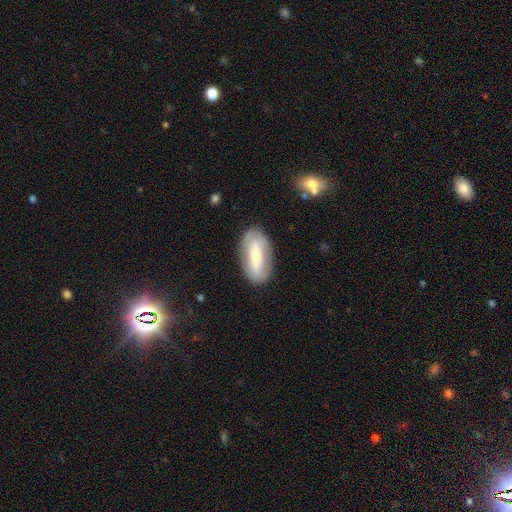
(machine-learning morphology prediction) A featured or disk galaxy (51%).

Vote fractions:
- Smooth or featured? featured or disk: 51% / smooth: 42% / star or artifact: 7%
- Edge-on disk? no: 87% / yes: 13%
- Merging? none: 82% / minor disturbance: 13% / major disturbance: 4% / merger: 1%